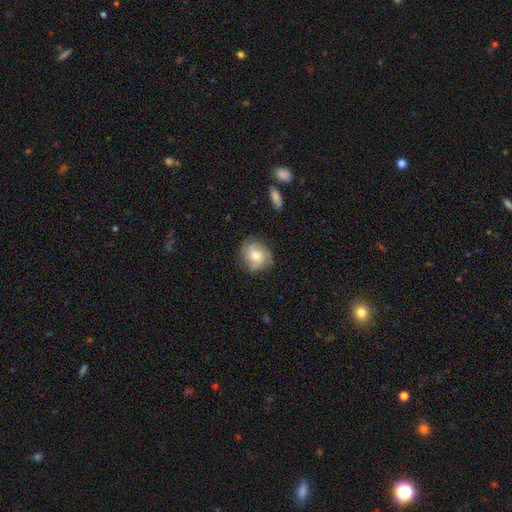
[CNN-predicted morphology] featured or disk 56%, smooth 36%, star or artifact 8%. Down the decision tree: edge-on disk — no (97%); bar — no (77%); spiral arms — yes (90%); bulge size — moderate (64%); merging — none (76%).